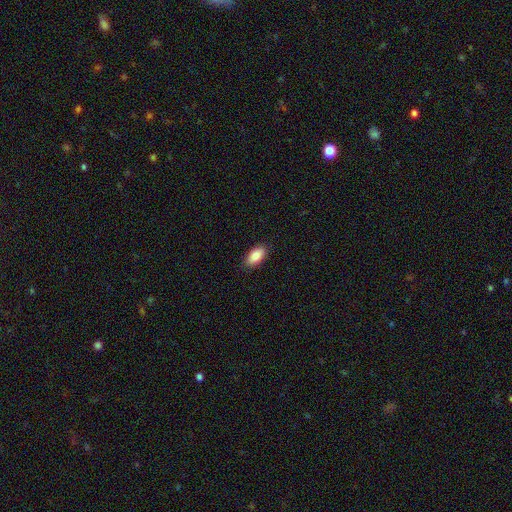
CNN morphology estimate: Smooth or featured? Predicted: smooth (p=0.86). How rounded? Predicted: in between (p=0.92). Merging? Predicted: none (p=0.88).